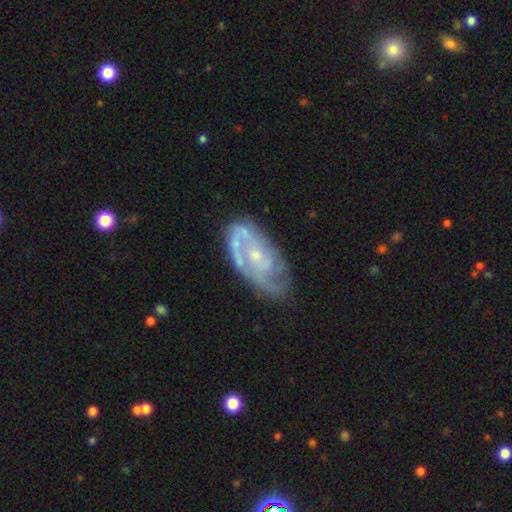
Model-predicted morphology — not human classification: Smooth or featured? Predicted: featured or disk (p=0.80). Edge-on disk? Predicted: no (p=0.95). Bar? Predicted: no (p=0.70). Spiral arms? Predicted: yes (p=0.86). Spiral winding? Predicted: tight (p=0.50). Spiral arm count? Predicted: 2 (p=0.37). Bulge size? Predicted: small (p=0.62). Merging? Predicted: none (p=0.61).